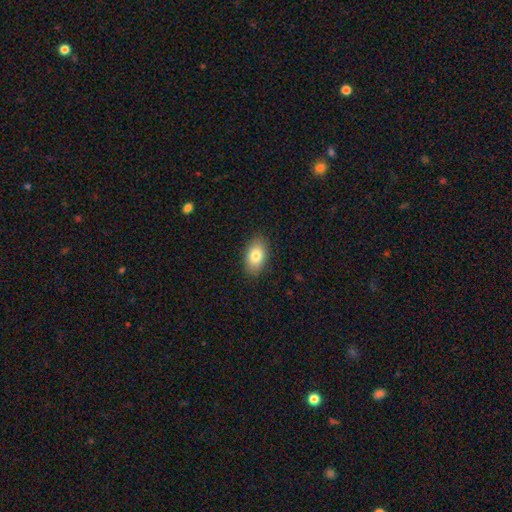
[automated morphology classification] Q: Smooth or featured?
A: smooth (81%); runner-up: featured or disk (11%)
Q: How rounded?
A: in between (92%); runner-up: round (7%)
Q: Merging?
A: none (88%); runner-up: minor disturbance (9%)